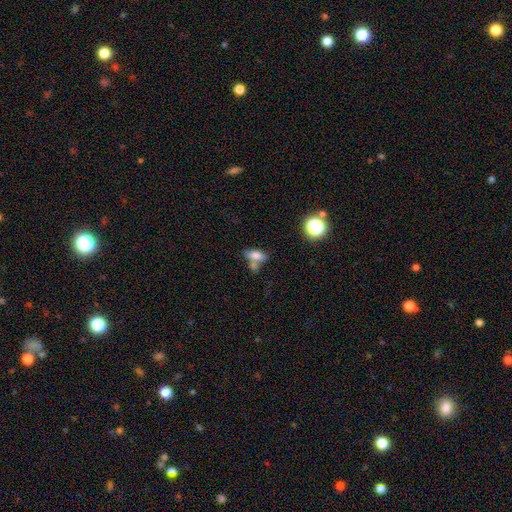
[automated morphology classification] smooth 73%, featured or disk 14%, star or artifact 12%. Down the decision tree: how rounded — in between (77%); merging — none (41%).